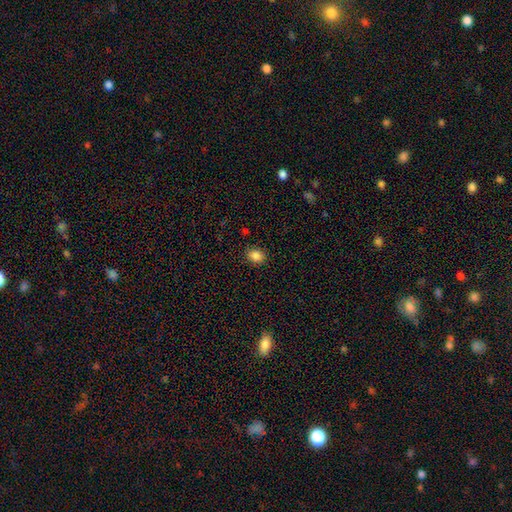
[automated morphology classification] The model was most divided on "how rounded": round: 56%, in between: 43%, cigar-shaped: 1%. More confident: merging — none (87%); smooth or featured — smooth (85%).